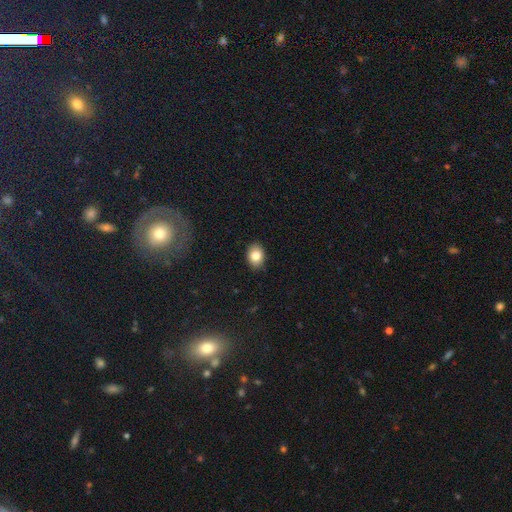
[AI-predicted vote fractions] smooth 82%, featured or disk 9%, star or artifact 9%. Down the decision tree: how rounded — in between (74%); merging — none (89%).